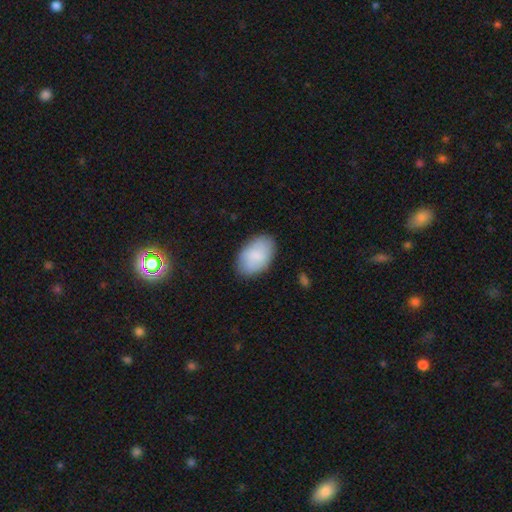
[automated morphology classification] This appears to be a smooth galaxy with no disk features (81%) that is in between round and cigar-shaped (92%). Merging: none (83%).